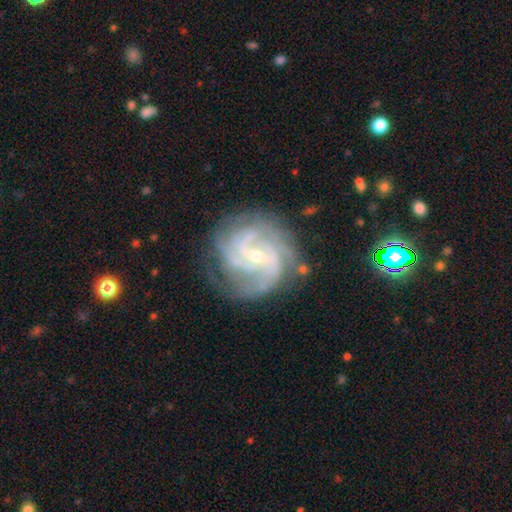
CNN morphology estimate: A featured or disk galaxy (90%) with a weak bar (50%), 4 (26%, tied with 3) tight (53%) spiral arms (98%) and a small central bulge (71%). Merging: none (76%).